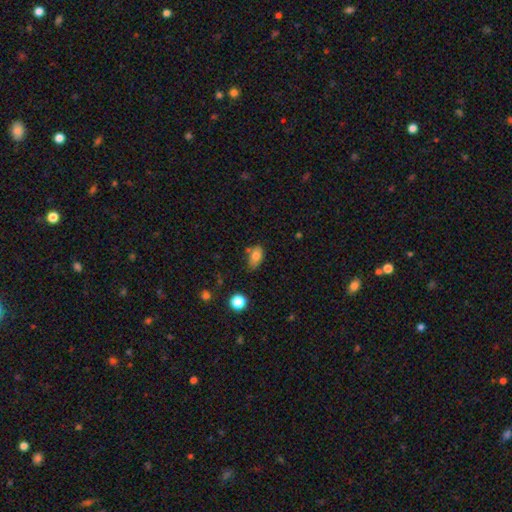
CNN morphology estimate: This appears to be a smooth galaxy with no disk features (78%) that is in between round and cigar-shaped (86%). Merging: none (57%).